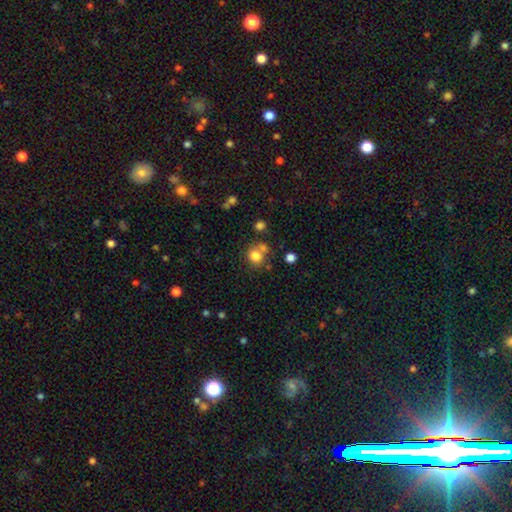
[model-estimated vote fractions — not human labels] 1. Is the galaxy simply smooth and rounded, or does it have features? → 79% smooth, 13% star or artifact, 8% featured or disk.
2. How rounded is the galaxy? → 80% round, 19% in between, 1% cigar-shaped.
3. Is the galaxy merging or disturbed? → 60% none, 24% merger, 11% minor disturbance, 5% major disturbance.